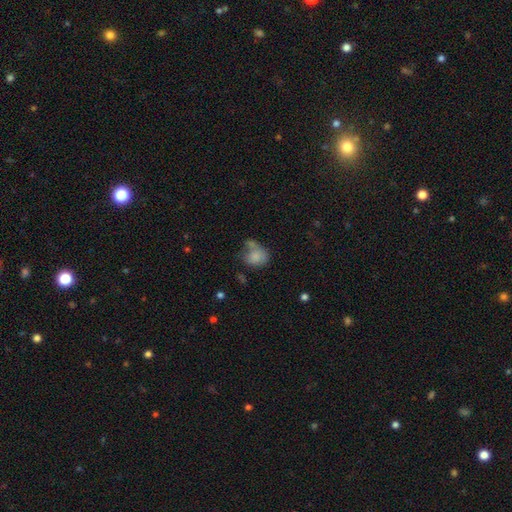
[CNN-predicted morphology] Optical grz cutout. It shows a smooth galaxy with no disk features (76%) that is in between round and cigar-shaped (51%). Merging: none (34%).